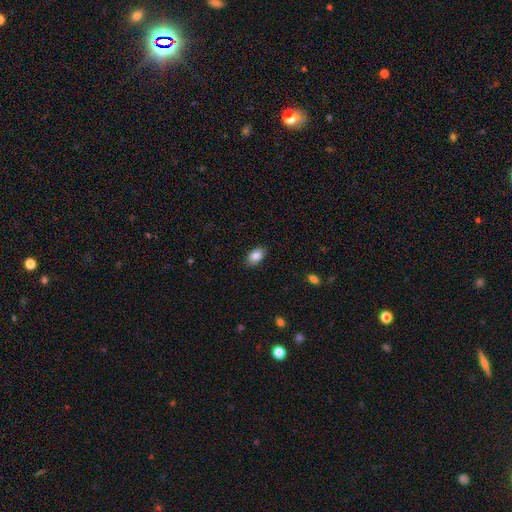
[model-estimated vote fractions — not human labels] Smooth or featured?
  - smooth: 87% *
  - star or artifact: 8%
  - featured or disk: 5%
How rounded?
  - in between: 89% *
  - round: 10%
  - cigar-shaped: 1%
Merging?
  - none: 86% *
  - minor disturbance: 10%
  - major disturbance: 2%
  - merger: 1%